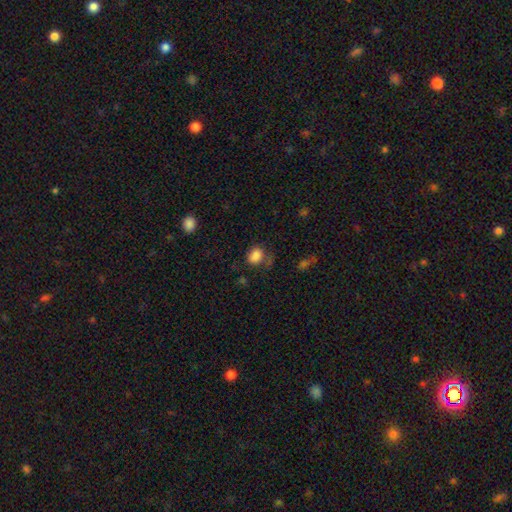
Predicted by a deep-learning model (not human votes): Smooth or featured? Predicted: smooth (p=0.83). How rounded? Predicted: in between (p=0.54). Merging? Predicted: none (p=0.53).